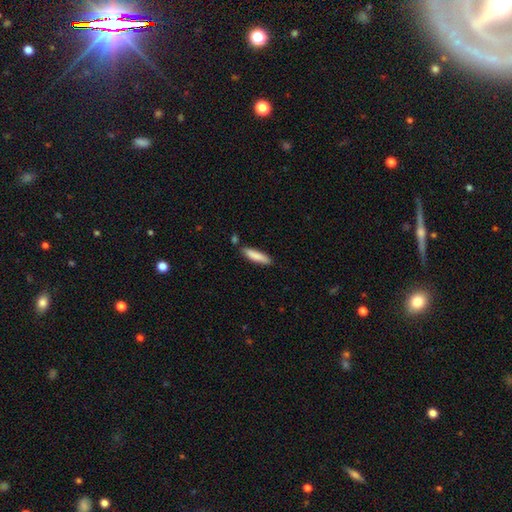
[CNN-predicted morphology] type=smooth (85%); roundness=cigar-shaped (78%); merging=none (81%).